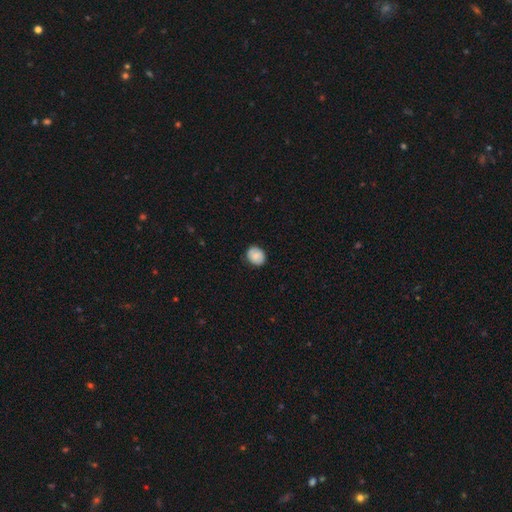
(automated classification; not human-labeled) Morphology: type=smooth (81%); roundness=round (63%); merging=none (83%).